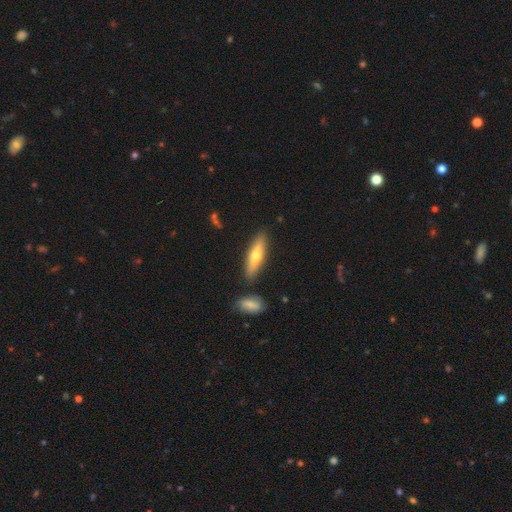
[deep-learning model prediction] Q: Smooth or featured?
A: smooth (52%); runner-up: featured or disk (42%)
Q: How rounded?
A: cigar-shaped (70%); runner-up: in between (28%)
Q: Merging?
A: none (84%); runner-up: minor disturbance (9%)